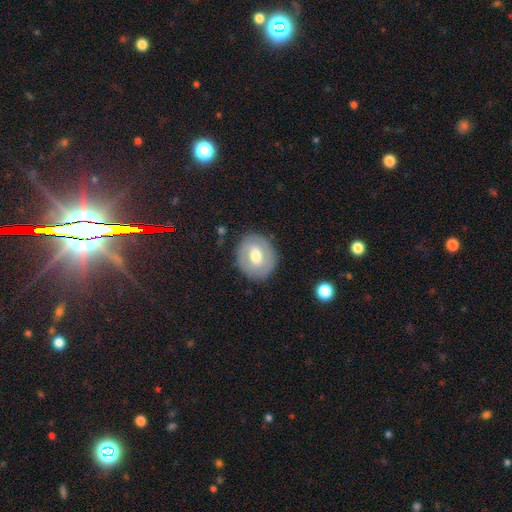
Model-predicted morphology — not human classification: This is possibly a smooth galaxy (51%). How rounded: likely round (66%). Merging: clearly none (84%).